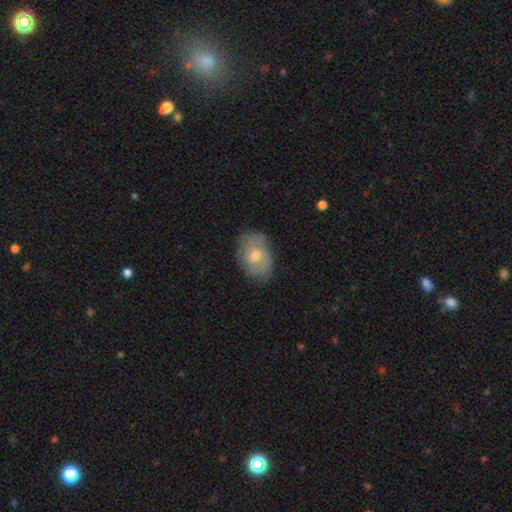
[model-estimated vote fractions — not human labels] smooth_or_featured: featured or disk (p=0.51) [alt: smooth p=0.42]
disk_edge_on: no (p=0.95) [alt: yes p=0.05]
merging: none (p=0.71) [alt: minor disturbance p=0.22]